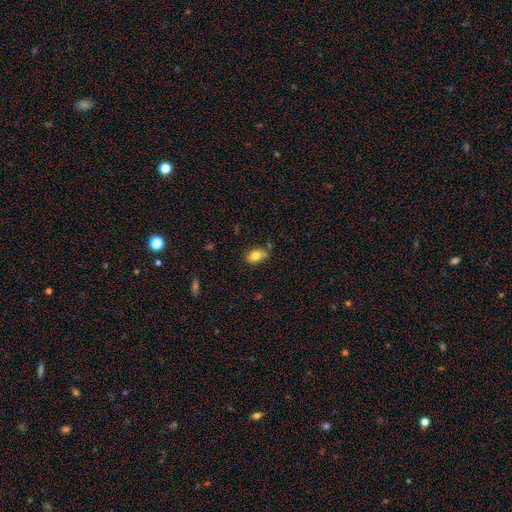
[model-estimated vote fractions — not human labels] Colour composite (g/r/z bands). It shows a smooth galaxy with no disk features (80%) that is in between round and cigar-shaped (77%). Merging: none (66%).